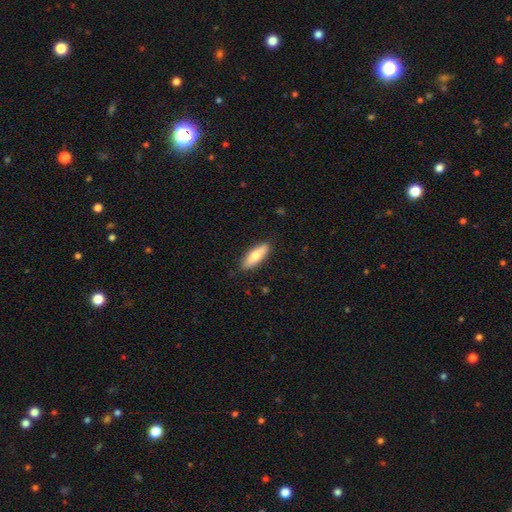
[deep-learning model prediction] Smooth or featured?
  - smooth: 69% *
  - featured or disk: 26%
  - star or artifact: 6%
How rounded?
  - in between: 53% *
  - cigar-shaped: 45%
  - round: 2%
Merging?
  - none: 88% *
  - minor disturbance: 10%
  - major disturbance: 2%
  - merger: 1%